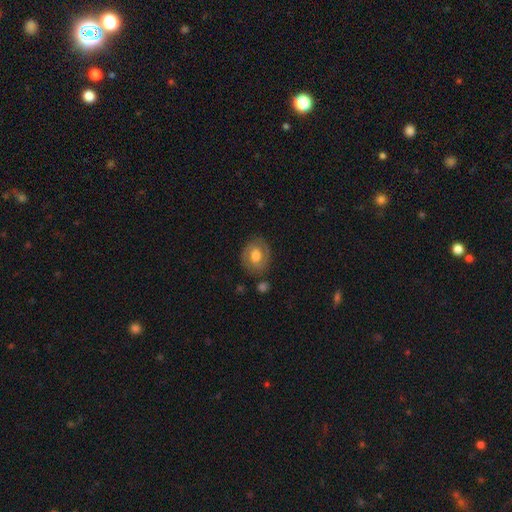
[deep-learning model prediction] Smooth or featured: smooth — 47% (featured or disk — 45%)
Merging: none — 80% (minor disturbance — 13%)